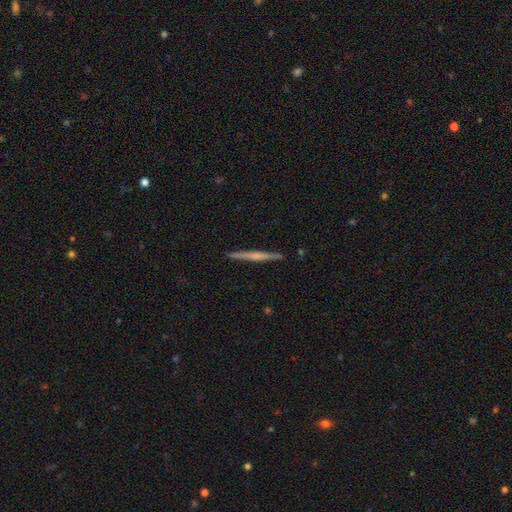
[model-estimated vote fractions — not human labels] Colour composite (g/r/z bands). It shows a featured or disk galaxy (64%) viewed edge-on (98%) with a rounded central bulge (47%). Merging: none (92%).